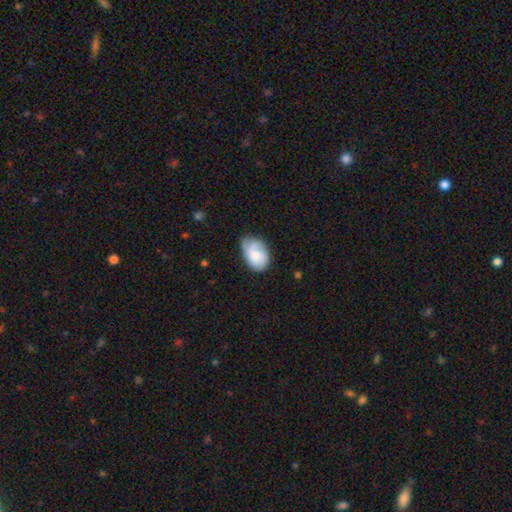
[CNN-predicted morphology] Overall: smooth (65%; featured or disk 28%). How rounded: in between (83%). Merging: none (52%; minor disturbance 36%).